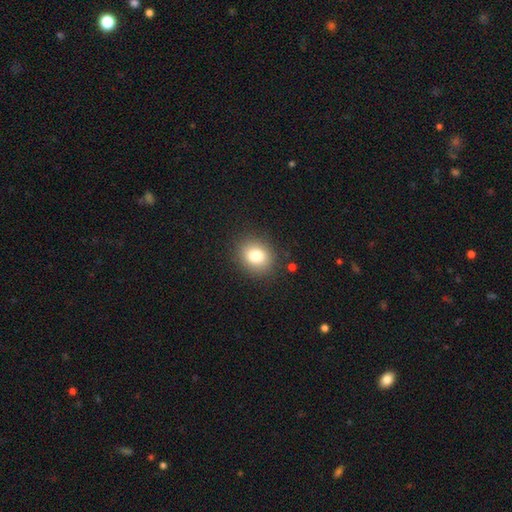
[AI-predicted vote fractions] This is clearly a smooth galaxy (81%). How rounded: likely round (62%). Merging: clearly none (86%).